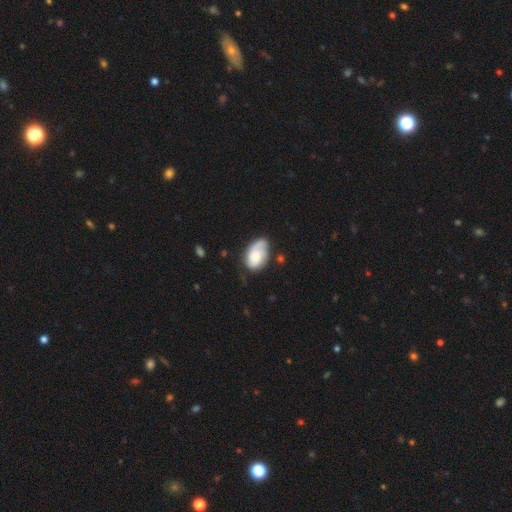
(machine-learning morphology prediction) Smooth or featured? Predicted: featured or disk (p=0.52). Edge-on disk? Predicted: no (p=0.96). Bar? Predicted: no (p=0.73). Spiral arms? Predicted: yes (p=0.88). Bulge size? Predicted: small (p=0.36). Merging? Predicted: none (p=0.55).